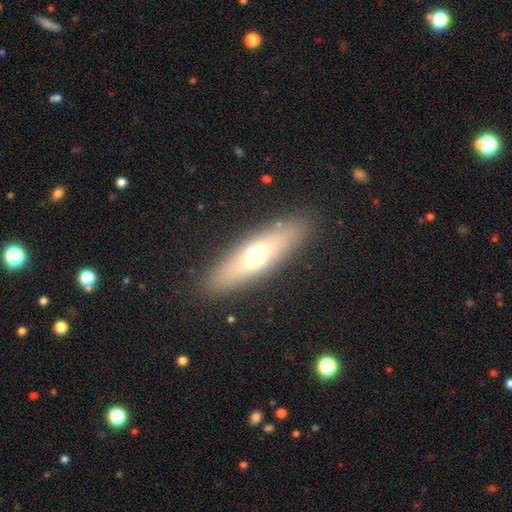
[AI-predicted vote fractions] Overall: smooth (54%; featured or disk 37%). How rounded: cigar-shaped (51%; in between 46%). Merging: none (87%).